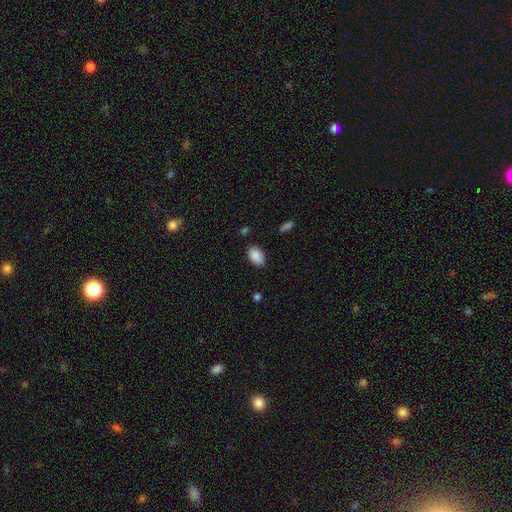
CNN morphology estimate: Smooth or featured? smooth (88%)
How rounded? in between (91%)
Merging? none (85%)